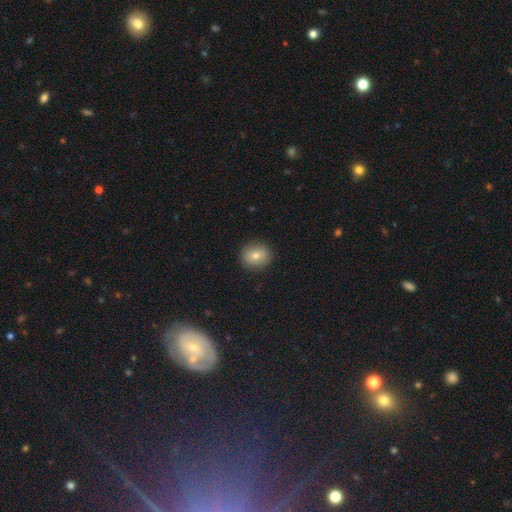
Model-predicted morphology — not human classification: smooth 75%, featured or disk 15%, star or artifact 10%. Down the decision tree: how rounded — round (79%); merging — none (89%).